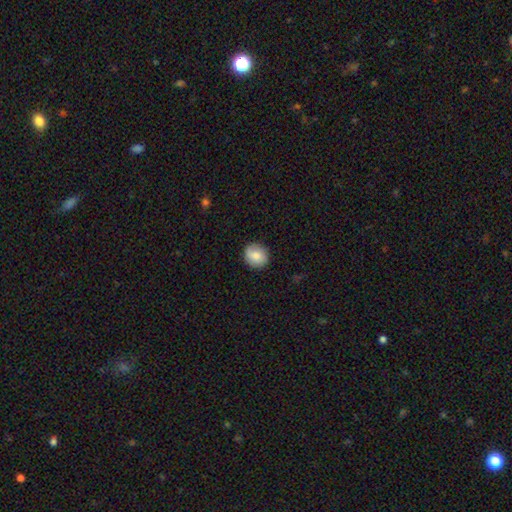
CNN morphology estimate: A smooth galaxy with no disk features (80%) that is round (84%).

Vote fractions:
- Smooth or featured? smooth: 80% / featured or disk: 13% / star or artifact: 8%
- How rounded? round: 84% / in between: 15% / cigar-shaped: 1%
- Merging? none: 86% / minor disturbance: 11% / major disturbance: 2% / merger: 1%